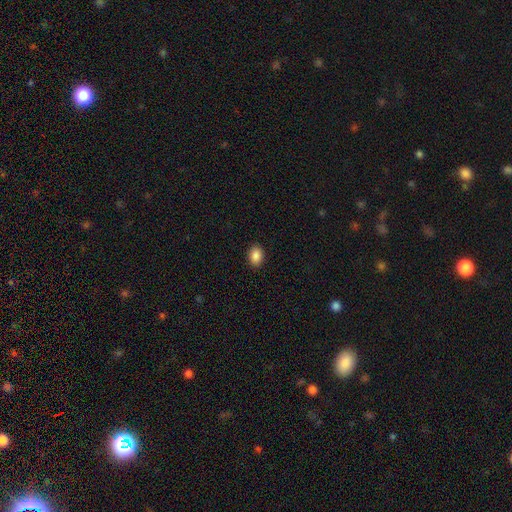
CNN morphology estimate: This appears to be a smooth galaxy with no disk features (88%) that is in between round and cigar-shaped (78%). Merging: none (90%).